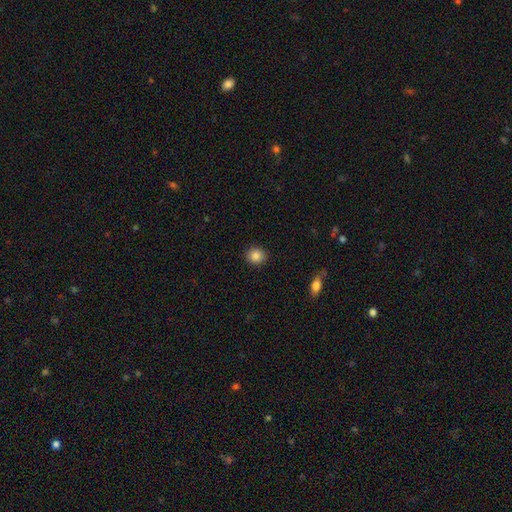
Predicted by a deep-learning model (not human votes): Q: Smooth or featured?
A: smooth (86%); runner-up: star or artifact (9%)
Q: How rounded?
A: round (79%); runner-up: in between (20%)
Q: Merging?
A: none (91%); runner-up: minor disturbance (7%)